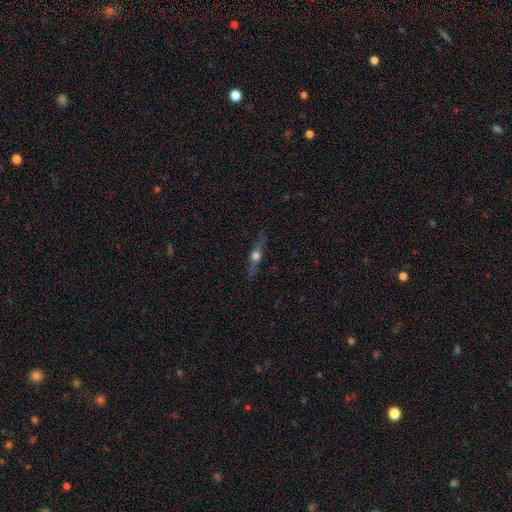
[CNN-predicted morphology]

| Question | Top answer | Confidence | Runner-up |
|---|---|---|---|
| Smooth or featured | featured or disk | 64% | smooth (29%) |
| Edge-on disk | yes | 94% | no (6%) |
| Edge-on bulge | rounded | 94% | boxy (3%) |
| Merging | none | 84% | minor disturbance (12%) |